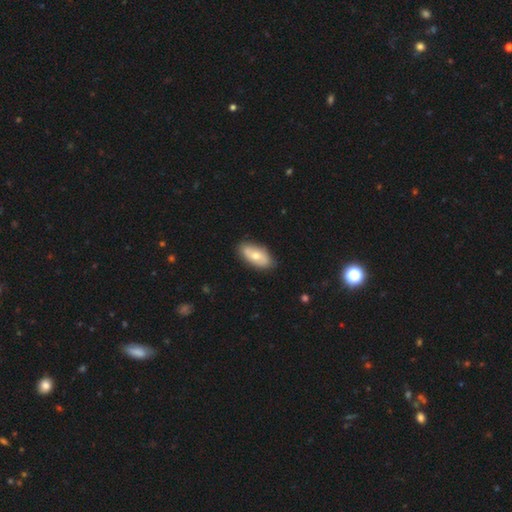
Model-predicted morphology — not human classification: Smooth or featured: smooth — 60% (featured or disk — 34%)
How rounded: in between — 91% (cigar-shaped — 6%)
Merging: none — 84% (minor disturbance — 12%)